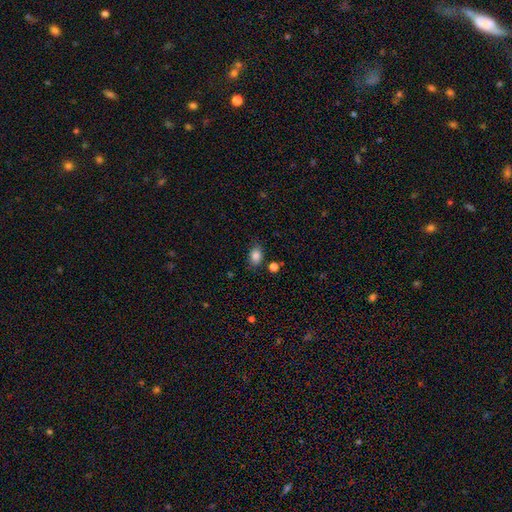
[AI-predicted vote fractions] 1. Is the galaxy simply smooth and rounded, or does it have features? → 84% smooth, 10% star or artifact, 6% featured or disk.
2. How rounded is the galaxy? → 73% in between, 26% round, 1% cigar-shaped.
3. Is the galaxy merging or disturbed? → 78% none, 15% minor disturbance, 4% major disturbance, 3% merger.